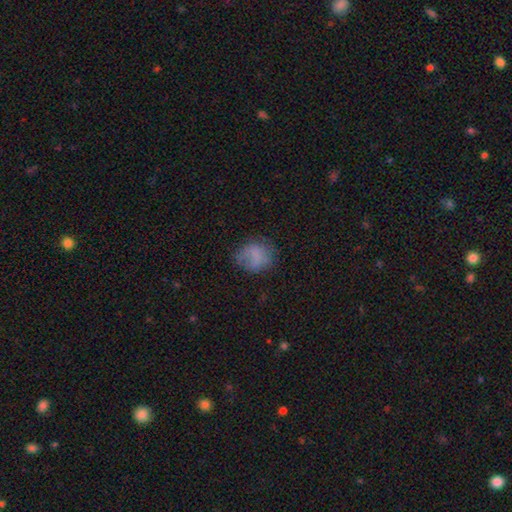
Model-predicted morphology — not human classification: Smooth or featured: smooth — 73% (featured or disk — 16%)
How rounded: round — 66% (in between — 33%)
Merging: none — 59% (minor disturbance — 25%)